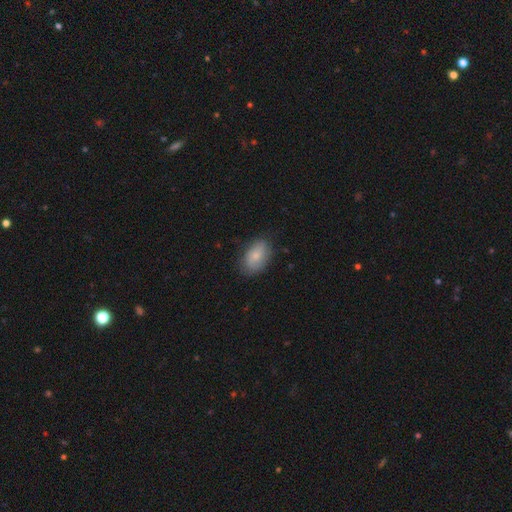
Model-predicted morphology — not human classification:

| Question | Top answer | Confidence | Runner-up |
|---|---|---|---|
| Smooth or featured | smooth | 73% | featured or disk (20%) |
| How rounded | in between | 90% | round (9%) |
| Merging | none | 76% | minor disturbance (18%) |